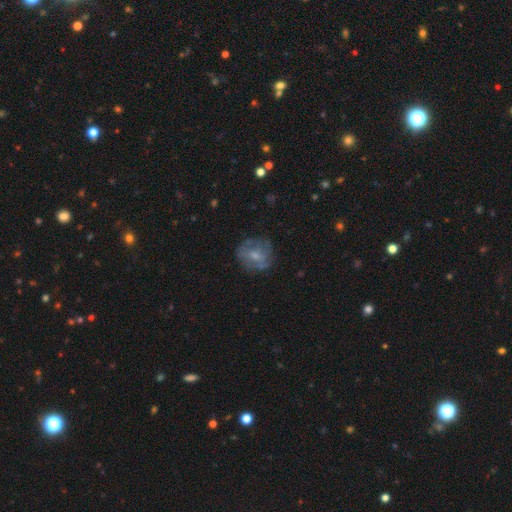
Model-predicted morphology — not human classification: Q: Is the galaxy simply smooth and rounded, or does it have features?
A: featured or disk — 52%.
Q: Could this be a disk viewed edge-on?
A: no — 97%.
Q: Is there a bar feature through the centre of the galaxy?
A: no — 59%.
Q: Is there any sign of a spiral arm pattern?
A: yes — 61%.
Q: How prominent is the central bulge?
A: small — 49%.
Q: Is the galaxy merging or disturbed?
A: none — 67%.